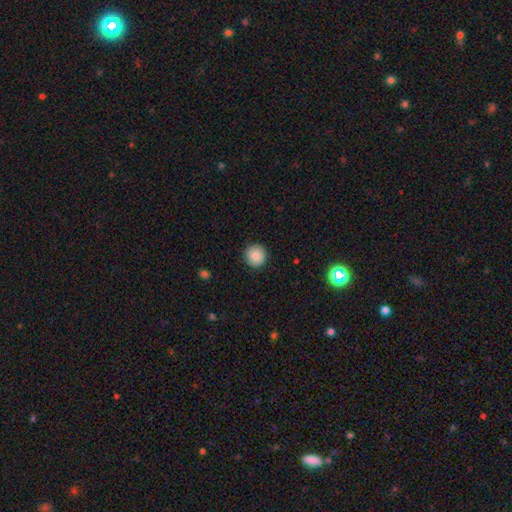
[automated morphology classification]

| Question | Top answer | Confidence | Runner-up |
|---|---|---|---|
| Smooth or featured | smooth | 85% | star or artifact (9%) |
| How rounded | round | 94% | in between (5%) |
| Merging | none | 91% | minor disturbance (6%) |